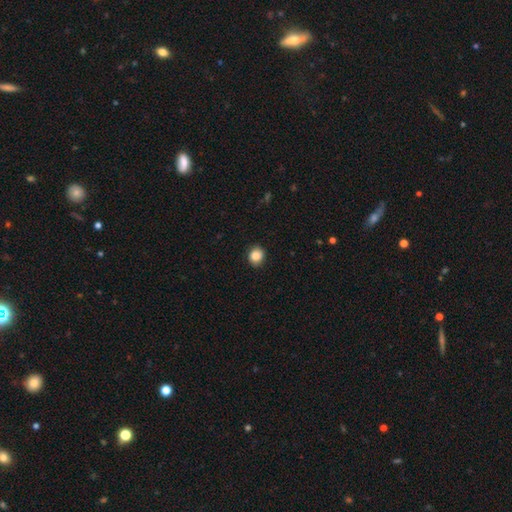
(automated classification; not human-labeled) A smooth galaxy with no disk features (86%) that is round (77%).

Vote fractions:
- Smooth or featured? smooth: 86% / star or artifact: 9% / featured or disk: 5%
- How rounded? round: 77% / in between: 22% / cigar-shaped: 1%
- Merging? none: 89% / minor disturbance: 8% / major disturbance: 2% / merger: 1%